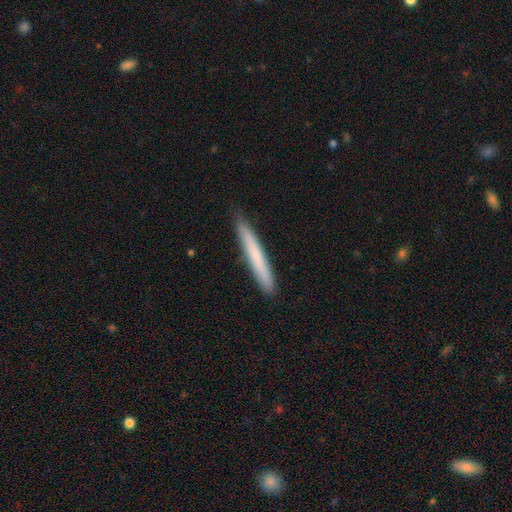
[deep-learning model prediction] A smooth galaxy with no disk features (71%) that is cigar-shaped (97%). Merging: none (89%).